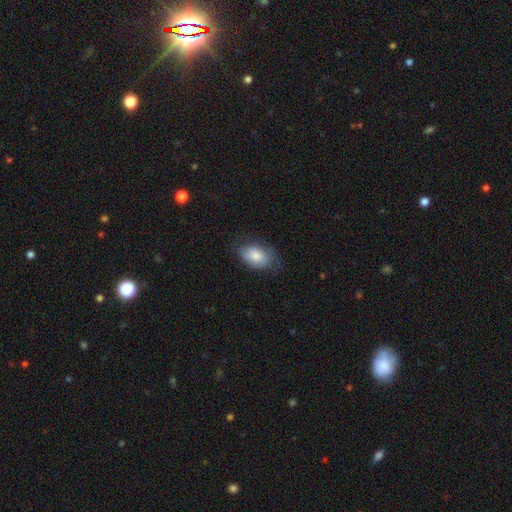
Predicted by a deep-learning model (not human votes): The model was most divided on "merging": none: 62%, minor disturbance: 27%, major disturbance: 10%, merger: 1%. More confident: how rounded — in between (89%); smooth or featured — smooth (77%).